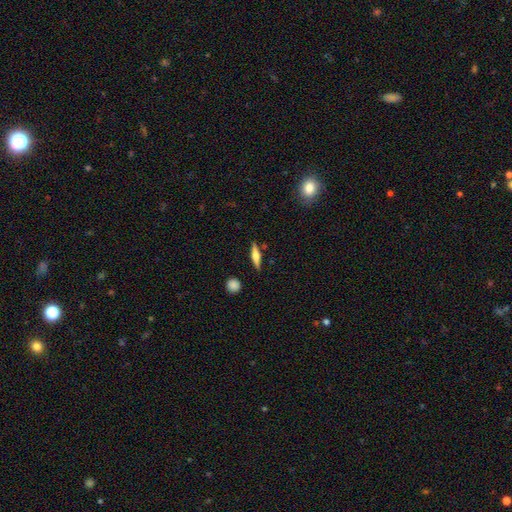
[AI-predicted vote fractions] Smooth or featured? smooth (49%)
Merging? none (86%)